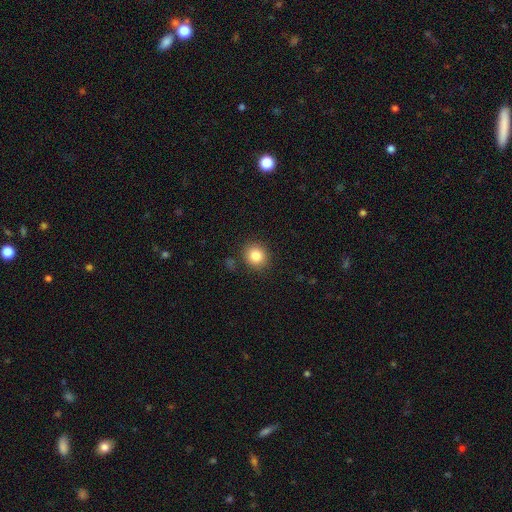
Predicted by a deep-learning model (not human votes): smooth 84%, star or artifact 10%, featured or disk 6%. Down the decision tree: how rounded — round (79%); merging — none (86%).